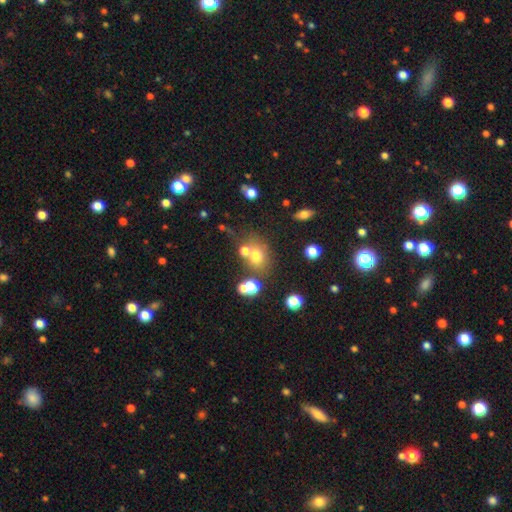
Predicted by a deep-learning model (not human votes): This is likely a smooth galaxy (67%). How rounded: likely round (64%). Merging: possibly none (58%).